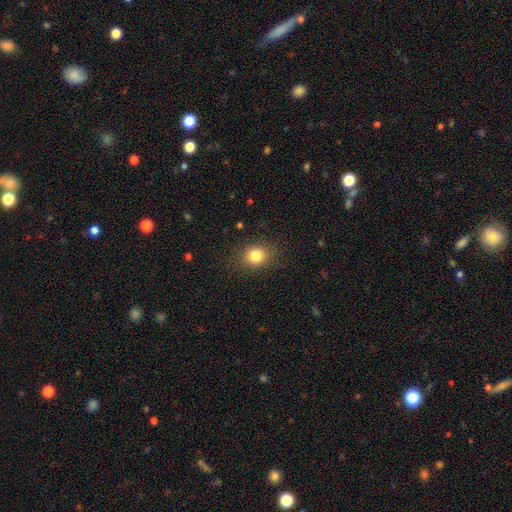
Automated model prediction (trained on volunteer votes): Overall: smooth (82%). How rounded: round (61%; in between 38%). Merging: none (86%).